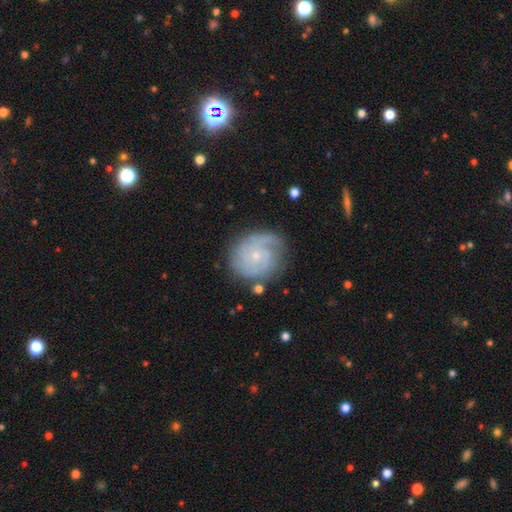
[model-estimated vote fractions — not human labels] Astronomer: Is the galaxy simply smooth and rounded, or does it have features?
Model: featured or disk — 83%.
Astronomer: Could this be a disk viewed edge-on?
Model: no — 98%.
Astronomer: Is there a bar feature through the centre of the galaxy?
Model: no — 73%.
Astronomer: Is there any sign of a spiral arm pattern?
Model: yes — 96%.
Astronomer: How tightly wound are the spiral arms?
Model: tight — 64%.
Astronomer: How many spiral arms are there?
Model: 2 — 30% (runner-up: 3, 29%).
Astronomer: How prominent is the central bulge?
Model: small — 76%.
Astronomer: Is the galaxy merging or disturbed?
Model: none — 75%.